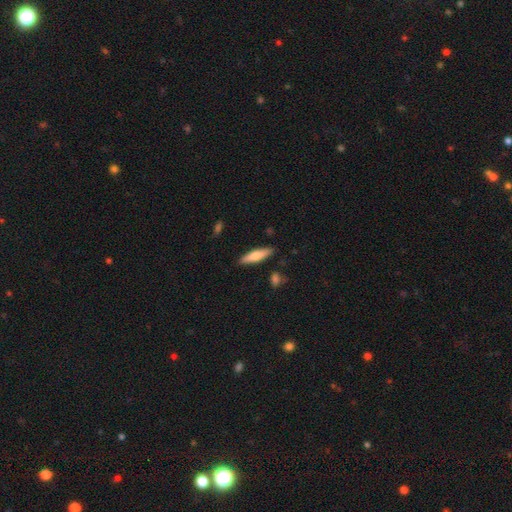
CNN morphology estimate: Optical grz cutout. It shows a smooth galaxy with no disk features (70%) that is cigar-shaped (71%). Merging: none (86%).